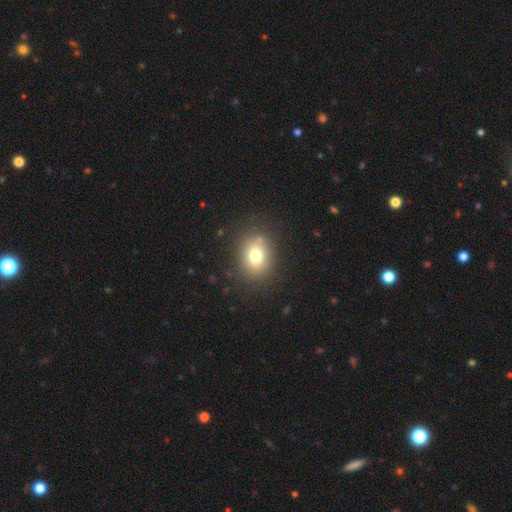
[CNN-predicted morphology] This is likely a smooth galaxy (76%). How rounded: possibly round (52%). Merging: clearly none (83%).